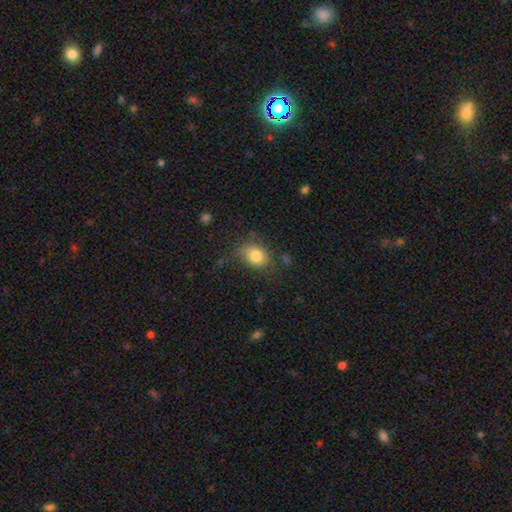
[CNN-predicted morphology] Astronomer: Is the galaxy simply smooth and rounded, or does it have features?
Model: smooth — 81%.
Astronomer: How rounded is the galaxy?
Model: in between — 55% (runner-up: round, 44%).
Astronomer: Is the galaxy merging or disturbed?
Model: none — 60%.